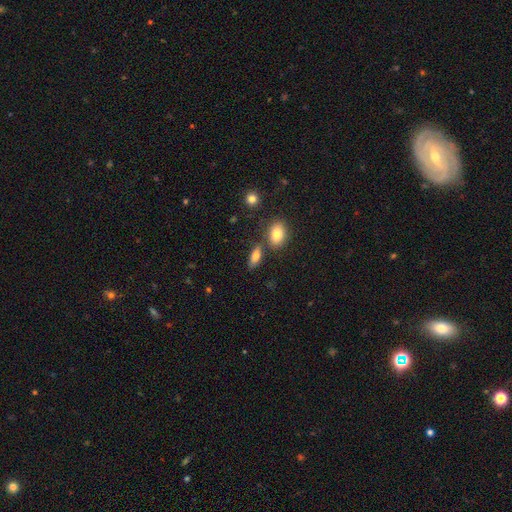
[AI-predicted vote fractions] smooth 77%, featured or disk 15%, star or artifact 9%. Down the decision tree: how rounded — in between (77%); merging — none (71%).